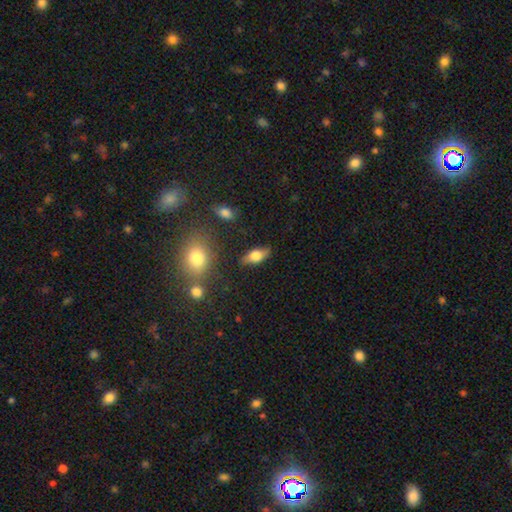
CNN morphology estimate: A smooth galaxy with no disk features (60%) that is in between round and cigar-shaped (76%). Merging: none (82%).